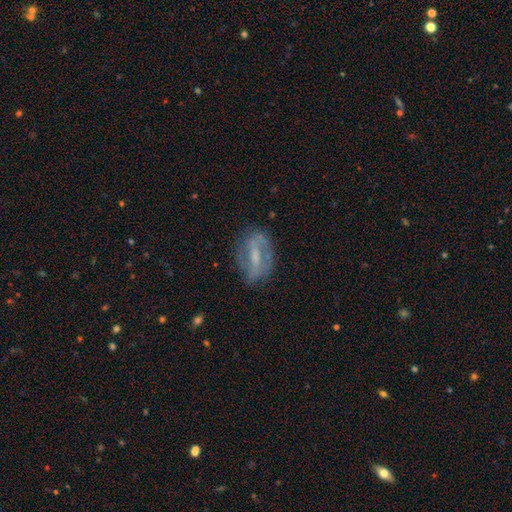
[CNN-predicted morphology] A featured or disk galaxy (70%) with a strong bar (45%), spiral arms (70%) and a small central bulge (40%). Merging: none (72%).